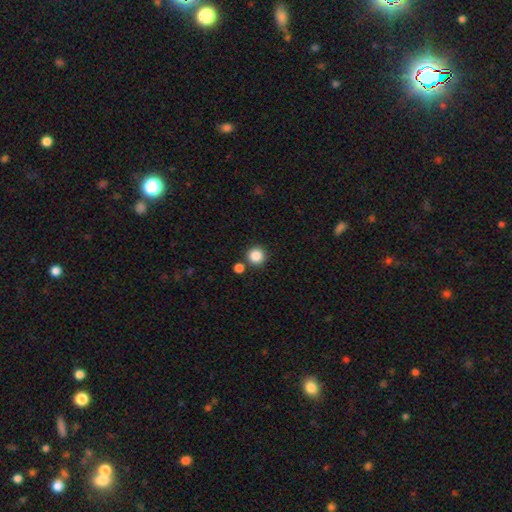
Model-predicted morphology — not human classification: This is clearly a smooth galaxy (86%). How rounded: clearly round (95%). Merging: clearly none (82%).